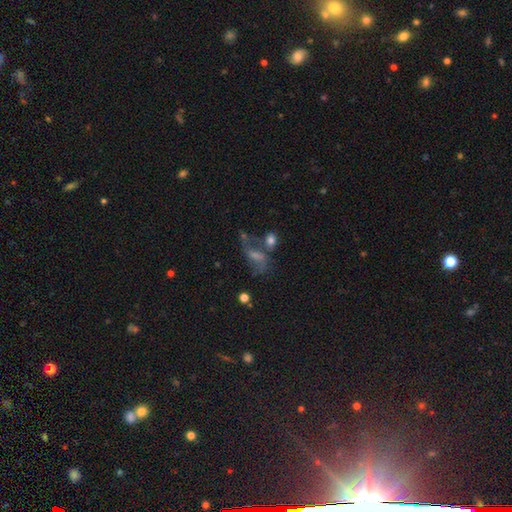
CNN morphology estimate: A featured or disk galaxy (52%). Merging: none (39%).